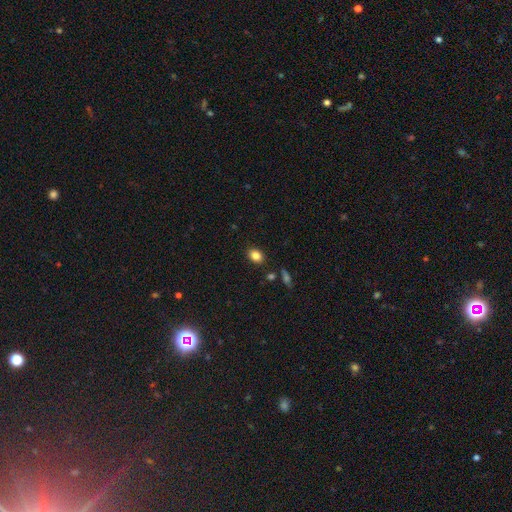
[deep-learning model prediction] This appears to be a smooth galaxy with no disk features (84%) that is in between round and cigar-shaped (71%). Merging: none (86%).